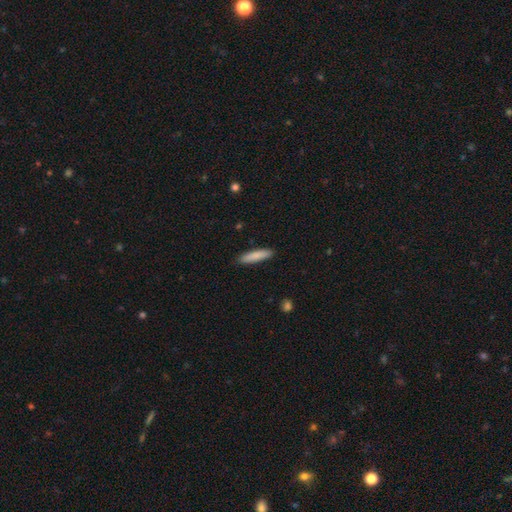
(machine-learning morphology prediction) This is clearly a smooth galaxy (85%). How rounded: clearly cigar-shaped (84%). Merging: clearly none (90%).